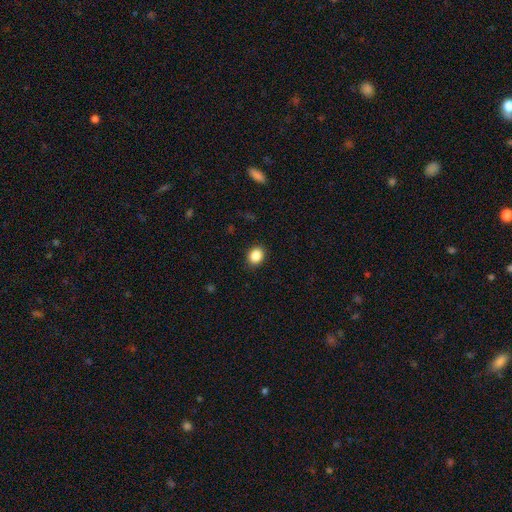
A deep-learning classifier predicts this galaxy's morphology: The model was most divided on "how rounded": round: 58%, in between: 41%, cigar-shaped: 1%. More confident: merging — none (90%); smooth or featured — smooth (87%).